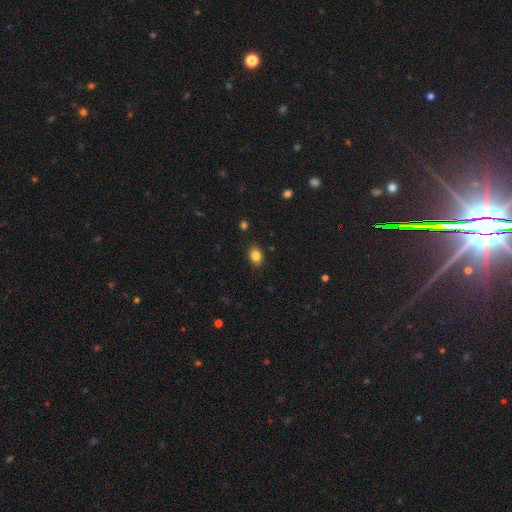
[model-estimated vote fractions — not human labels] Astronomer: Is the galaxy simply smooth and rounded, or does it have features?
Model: smooth — 84%.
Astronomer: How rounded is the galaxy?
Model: in between — 73%.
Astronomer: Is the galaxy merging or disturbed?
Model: none — 87%.